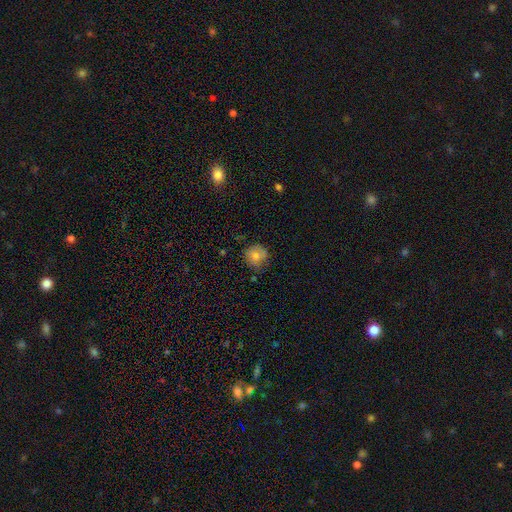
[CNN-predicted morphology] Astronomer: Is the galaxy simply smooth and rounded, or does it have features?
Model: smooth — 72%.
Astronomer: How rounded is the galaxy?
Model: round — 89%.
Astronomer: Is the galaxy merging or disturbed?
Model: none — 73%.